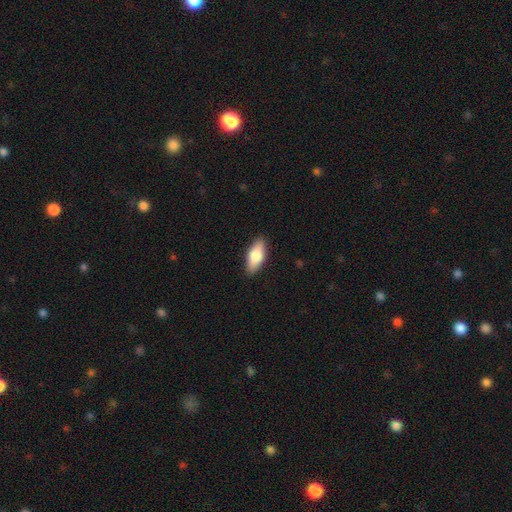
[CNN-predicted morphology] Smooth or featured? smooth (75%)
How rounded? in between (81%)
Merging? none (88%)